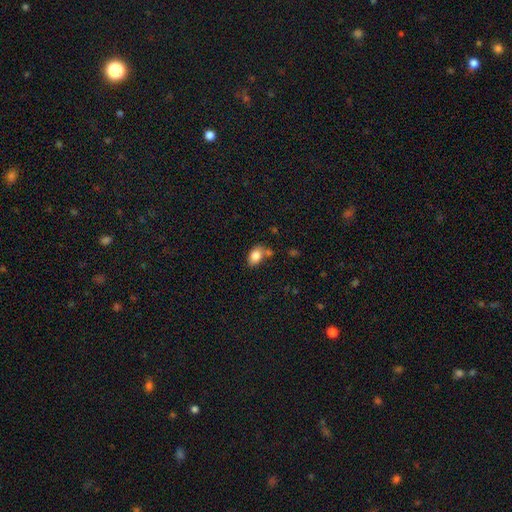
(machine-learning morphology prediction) smooth 83%, featured or disk 8%, star or artifact 8%. Down the decision tree: how rounded — in between (83%); merging — none (61%).